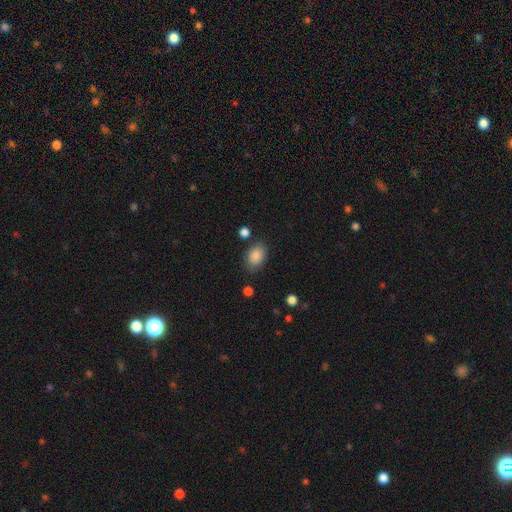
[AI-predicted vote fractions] A smooth galaxy with no disk features (87%) that is in between round and cigar-shaped (85%).

Vote fractions:
- Smooth or featured? smooth: 87% / star or artifact: 8% / featured or disk: 5%
- How rounded? in between: 85% / round: 14% / cigar-shaped: 1%
- Merging? none: 79% / minor disturbance: 14% / major disturbance: 4% / merger: 3%